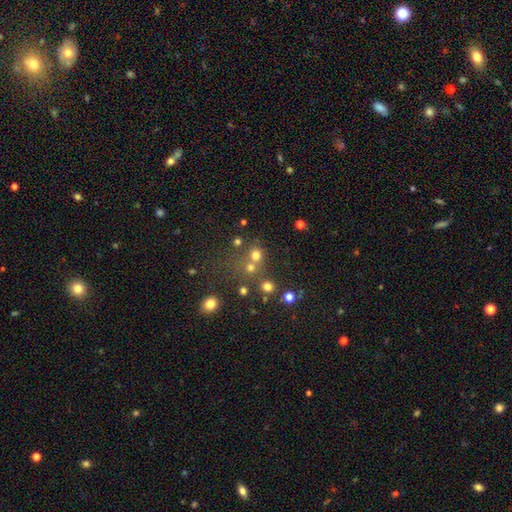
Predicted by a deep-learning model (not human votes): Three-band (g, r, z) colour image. It shows a smooth galaxy with no disk features (68%) that is round (85%). Merging: none (56%).